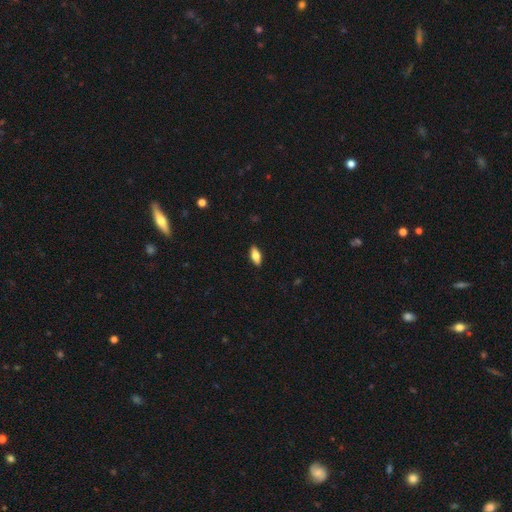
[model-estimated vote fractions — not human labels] Morphology: type=smooth (72%); roundness=in between (79%); merging=none (88%).